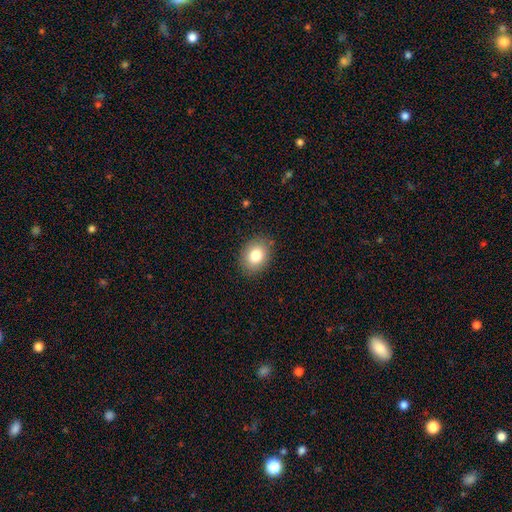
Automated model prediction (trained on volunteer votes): smooth_or_featured: smooth (p=0.81) [alt: featured or disk p=0.10]
how_rounded: in between (p=0.60) [alt: round p=0.39]
merging: none (p=0.86) [alt: minor disturbance p=0.10]